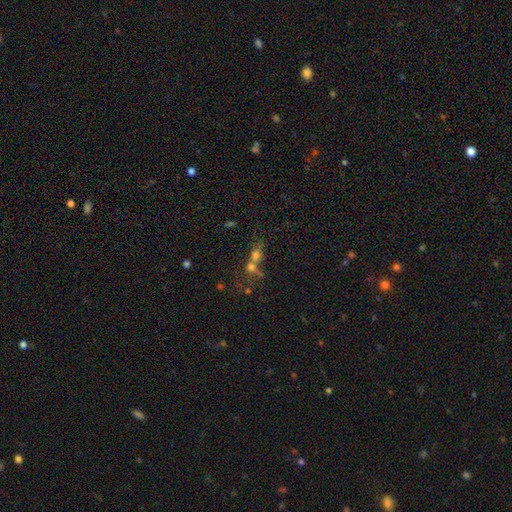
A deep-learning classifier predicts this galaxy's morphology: smooth-or-featured: smooth: 53% | featured or disk: 24% | star or artifact: 23%
  how-rounded: round: 56% | in between: 37% | cigar-shaped: 7%
  merging: merger: 61% | none: 25% | major disturbance: 7% | minor disturbance: 7%